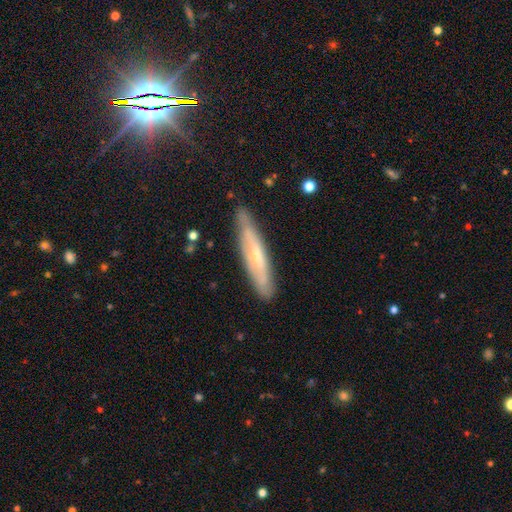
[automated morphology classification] Smooth or featured: featured or disk — 58% (smooth — 36%)
Edge-on disk: yes — 64% (no — 36%)
Merging: none — 80% (minor disturbance — 16%)